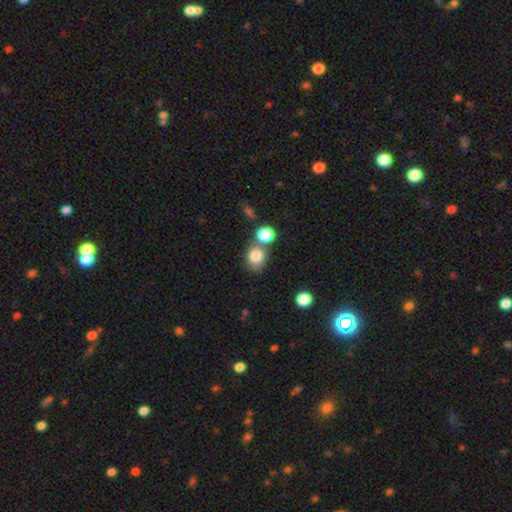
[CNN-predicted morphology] A smooth galaxy with no disk features (83%) that is round (60%).

Vote fractions:
- Smooth or featured? smooth: 83% / star or artifact: 10% / featured or disk: 7%
- How rounded? round: 60% / in between: 39% / cigar-shaped: 1%
- Merging? none: 53% / merger: 31% / minor disturbance: 12% / major disturbance: 4%